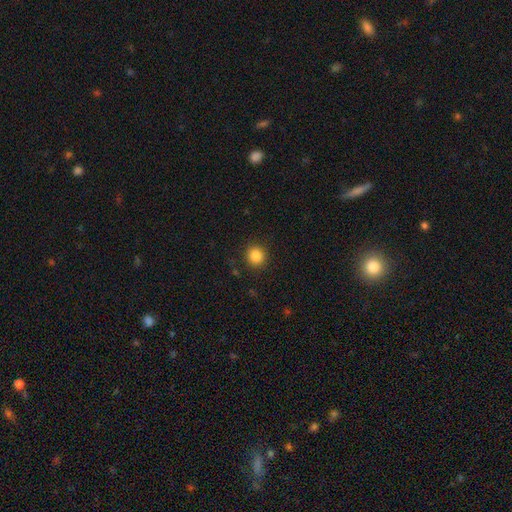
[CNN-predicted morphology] smooth-or-featured: smooth: 85% | star or artifact: 11% | featured or disk: 4%
  how-rounded: round: 90% | in between: 9% | cigar-shaped: 1%
  merging: none: 90% | minor disturbance: 7% | major disturbance: 2% | merger: 1%